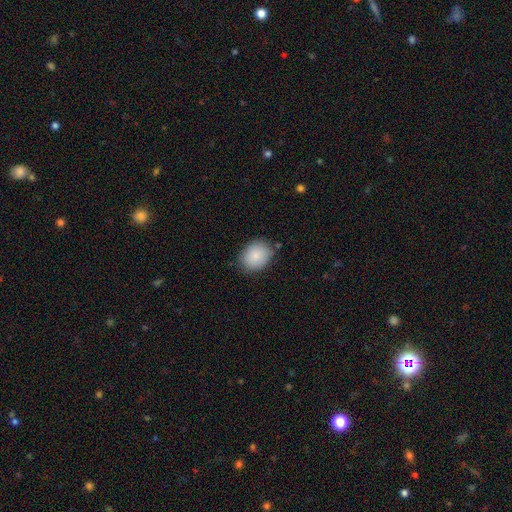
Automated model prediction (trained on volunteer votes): The model was most divided on "how rounded": in between: 53%, round: 46%, cigar-shaped: 1%. More confident: smooth or featured — smooth (85%); merging — none (77%).